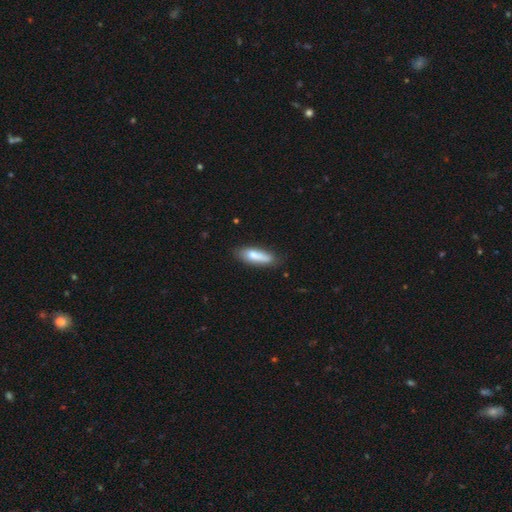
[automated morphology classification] Smooth or featured? Predicted: smooth (p=0.77). How rounded? Predicted: cigar-shaped (p=0.49, tied with in between). Merging? Predicted: none (p=0.66).